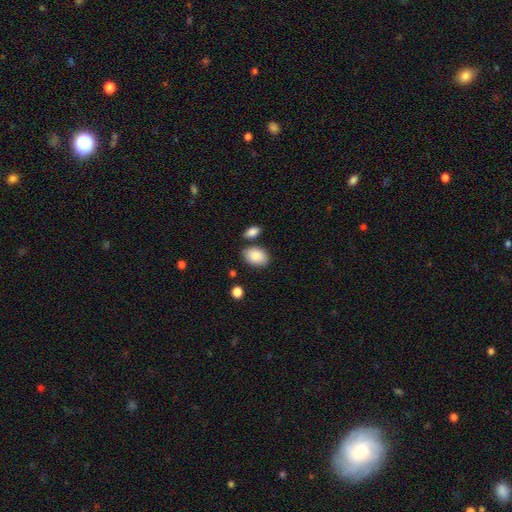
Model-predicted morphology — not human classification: This appears to be a smooth galaxy with no disk features (87%) that is in between round and cigar-shaped (87%). Merging: none (75%).